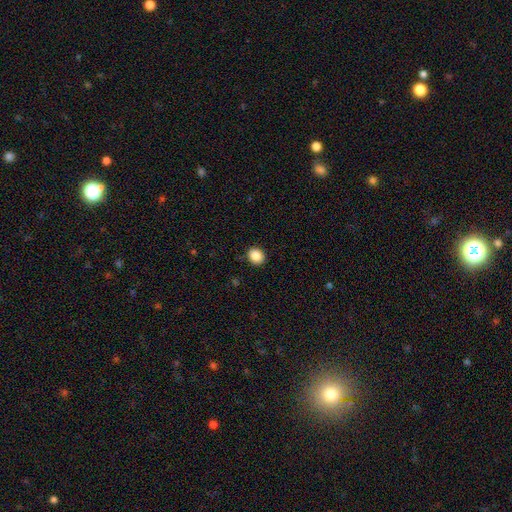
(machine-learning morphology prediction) smooth-or-featured: smooth: 88% | star or artifact: 9% | featured or disk: 3%
  how-rounded: round: 62% | in between: 37% | cigar-shaped: 1%
  merging: none: 89% | minor disturbance: 8% | major disturbance: 2% | merger: 1%